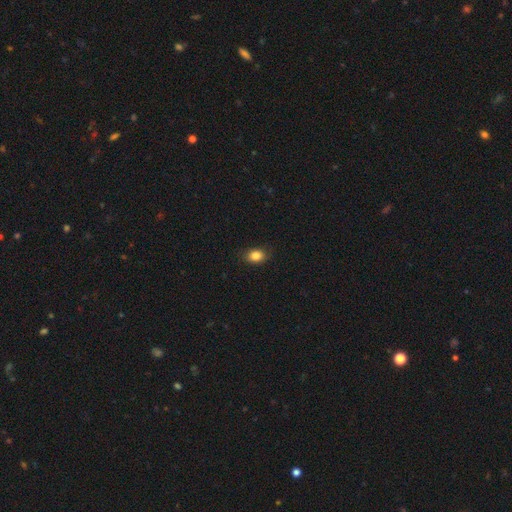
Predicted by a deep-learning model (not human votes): Morphology: type=smooth (85%); roundness=in between (70%); merging=none (84%).